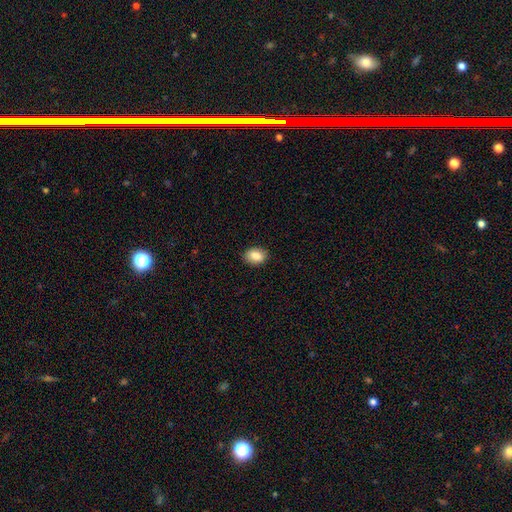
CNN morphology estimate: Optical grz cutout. It shows a smooth galaxy with no disk features (84%) that is in between round and cigar-shaped (76%). Merging: none (88%).